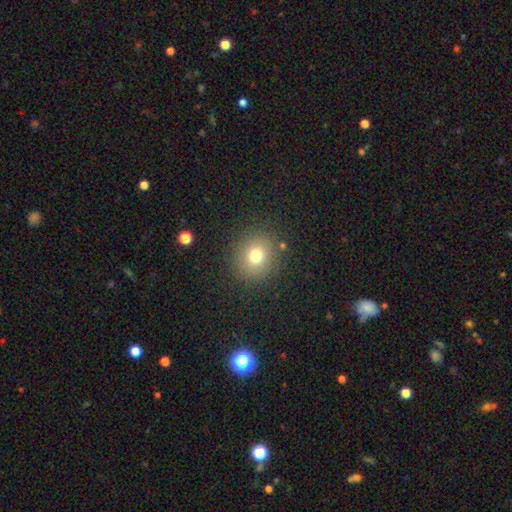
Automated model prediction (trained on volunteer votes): A smooth galaxy with no disk features (73%) that is round (87%).

Vote fractions:
- Smooth or featured? smooth: 73% / star or artifact: 16% / featured or disk: 11%
- How rounded? round: 87% / in between: 12% / cigar-shaped: 1%
- Merging? none: 87% / minor disturbance: 8% / major disturbance: 4% / merger: 2%